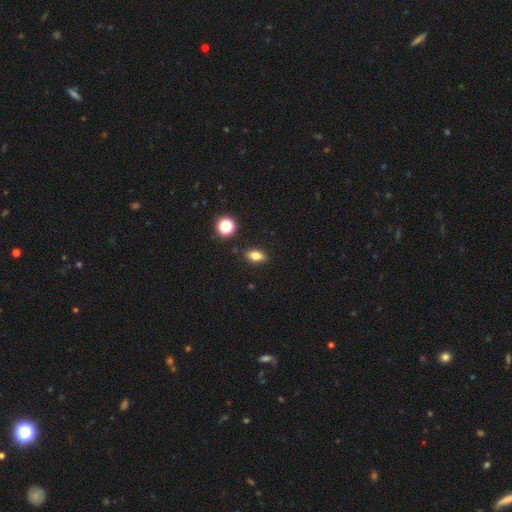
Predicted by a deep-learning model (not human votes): A smooth galaxy with no disk features (78%) that is in between round and cigar-shaped (82%). Merging: none (88%).